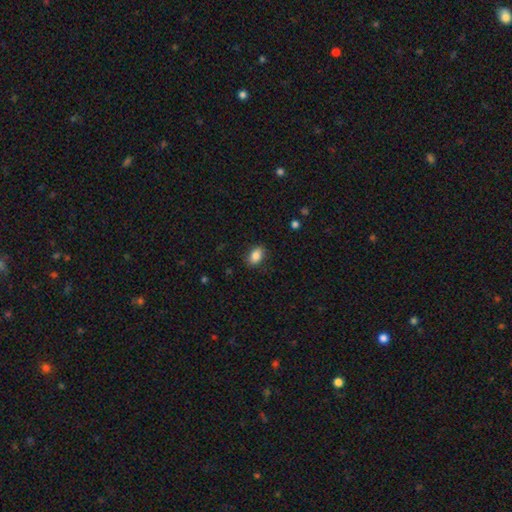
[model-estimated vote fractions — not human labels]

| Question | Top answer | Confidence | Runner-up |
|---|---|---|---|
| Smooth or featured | smooth | 85% | star or artifact (8%) |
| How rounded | in between | 86% | round (13%) |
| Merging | none | 85% | minor disturbance (11%) |